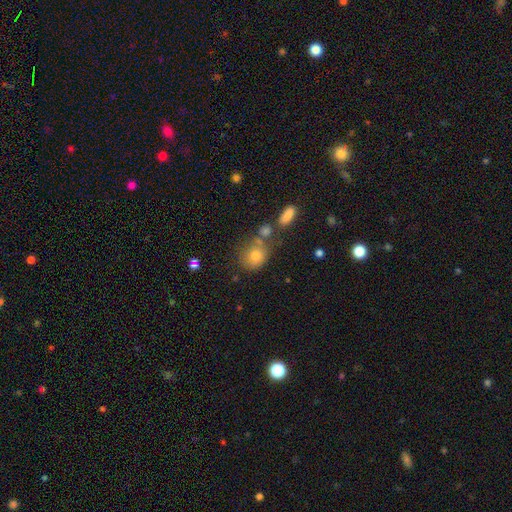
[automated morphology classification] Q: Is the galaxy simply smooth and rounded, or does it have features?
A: smooth — 75%.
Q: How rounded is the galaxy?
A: round — 66%.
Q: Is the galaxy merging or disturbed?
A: none — 55%.